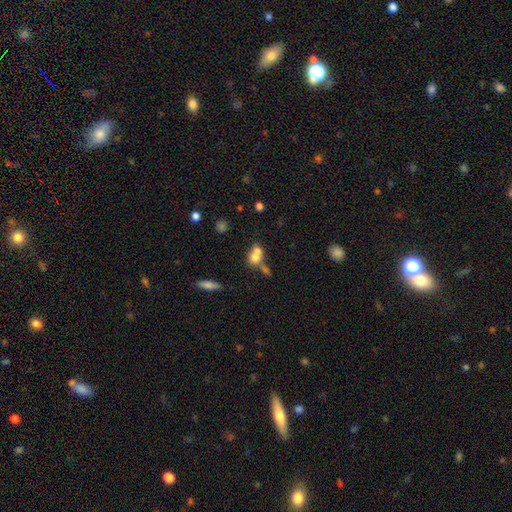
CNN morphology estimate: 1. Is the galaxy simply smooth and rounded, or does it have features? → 68% smooth, 21% featured or disk, 12% star or artifact.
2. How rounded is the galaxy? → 60% round, 37% in between, 3% cigar-shaped.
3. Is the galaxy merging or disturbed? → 62% merger, 26% none, 7% minor disturbance, 4% major disturbance.